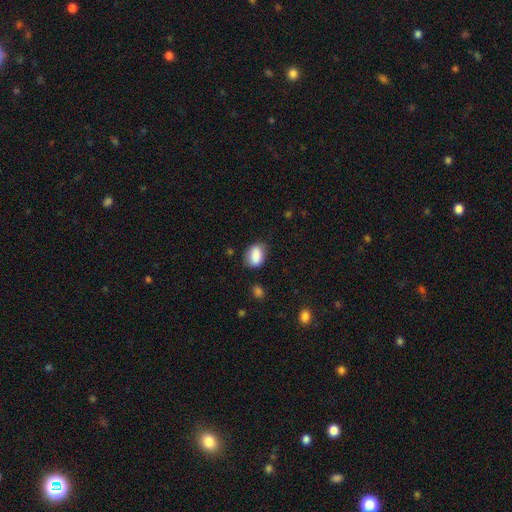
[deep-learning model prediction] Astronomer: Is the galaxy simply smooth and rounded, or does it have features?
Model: smooth — 86%.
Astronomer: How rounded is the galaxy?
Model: in between — 77%.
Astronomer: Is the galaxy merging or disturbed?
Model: none — 74%.